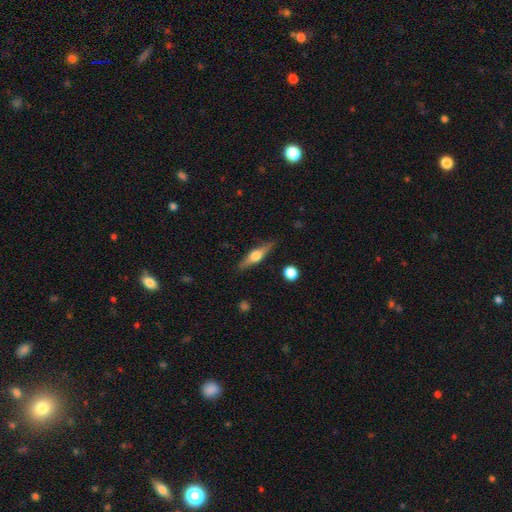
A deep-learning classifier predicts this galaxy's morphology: Smooth or featured? featured or disk (64%)
Edge-on disk? yes (95%)
Edge-on bulge? rounded (93%)
Merging? none (86%)